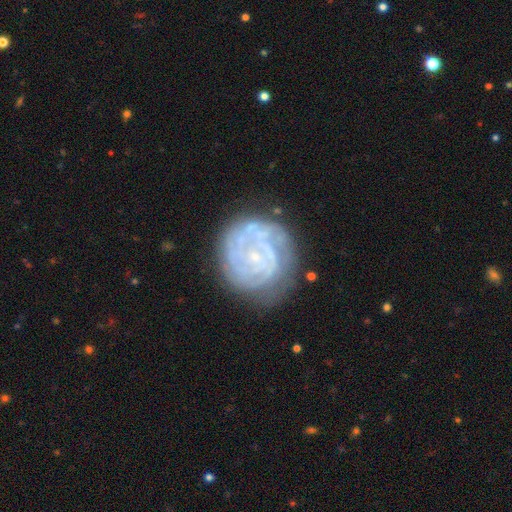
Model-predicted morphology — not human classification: Overall: featured or disk (81%). Edge-on disk: no (98%). Bar: no (67%). Spiral arms: yes (92%). Spiral arm count: can't tell (37%; 3 19%). Spiral winding: tight (75%). Bulge size: small (82%). Merging: none (71%).